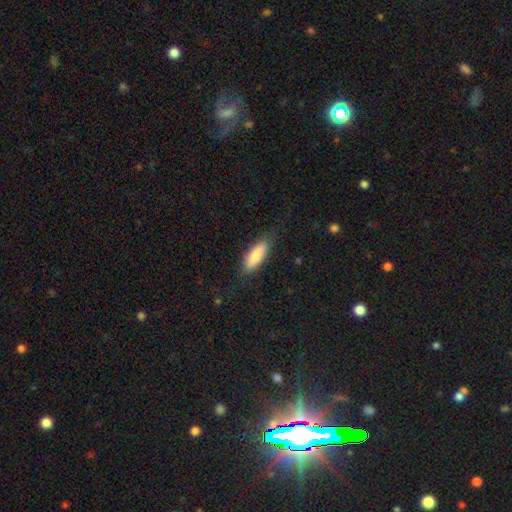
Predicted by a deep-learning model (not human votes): The model was most divided on "how rounded": in between: 64%, cigar-shaped: 35%, round: 2%. More confident: smooth or featured — smooth (83%); merging — none (80%).